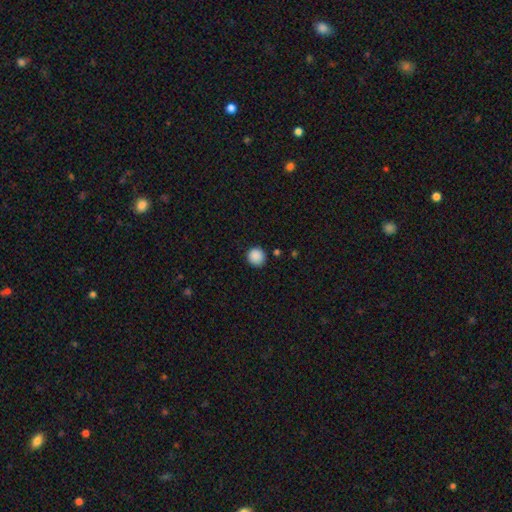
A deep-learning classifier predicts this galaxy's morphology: Overall: smooth (89%). How rounded: round (94%). Merging: none (89%).